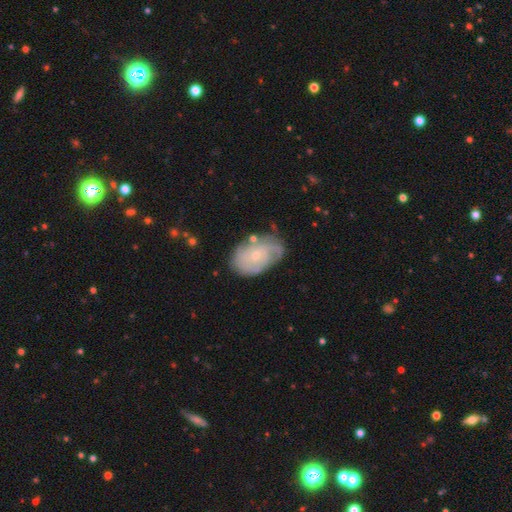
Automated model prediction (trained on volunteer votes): This appears to be a featured or disk galaxy (74%) with no bar (73%), tight (58%) spiral arms (90%) and a small central bulge (68%). Merging: none (63%).